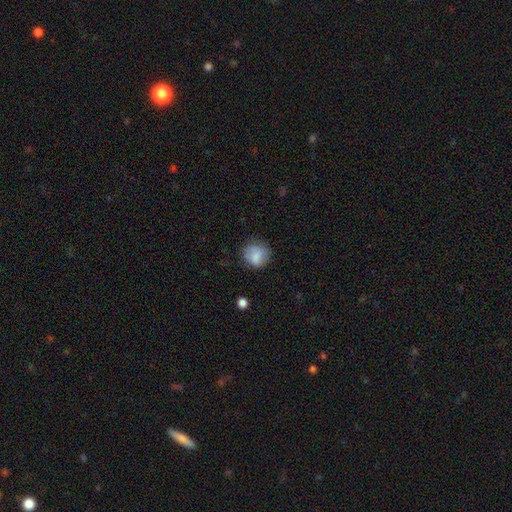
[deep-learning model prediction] This appears to be a smooth galaxy with no disk features (80%) that is round (83%). Merging: none (75%).